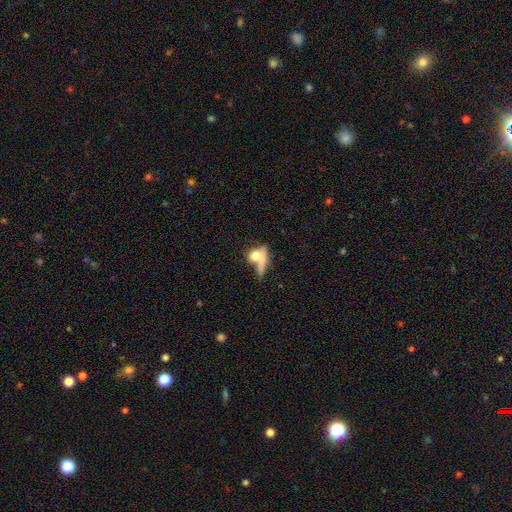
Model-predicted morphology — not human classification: Smooth or featured? Predicted: smooth (p=0.68). How rounded? Predicted: round (p=0.42). Merging? Predicted: merger (p=0.44).